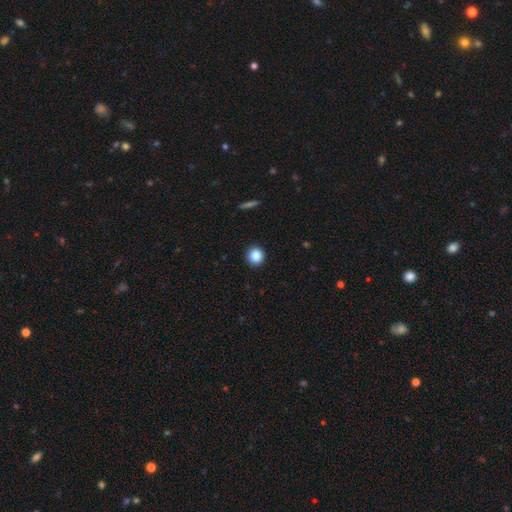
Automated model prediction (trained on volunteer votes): Smooth or featured? smooth (85%)
How rounded? round (93%)
Merging? none (92%)